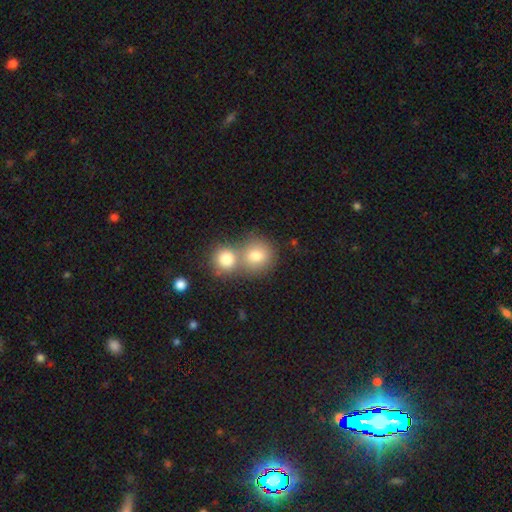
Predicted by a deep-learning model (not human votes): This appears to be a smooth galaxy with no disk features (79%) that is round (86%). Merging: merger (49%).